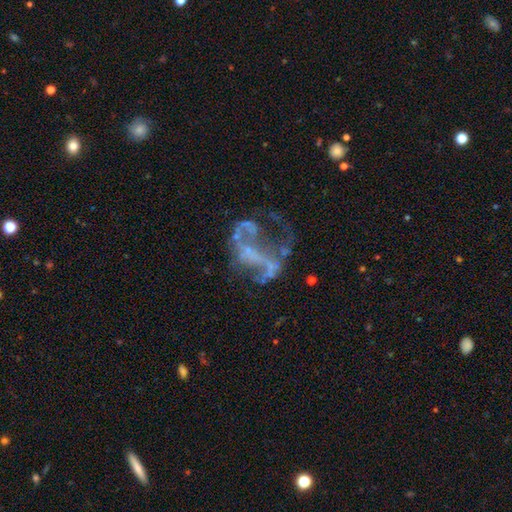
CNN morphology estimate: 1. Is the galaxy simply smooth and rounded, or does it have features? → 68% featured or disk, 21% star or artifact, 11% smooth.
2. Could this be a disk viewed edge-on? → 96% no, 4% yes.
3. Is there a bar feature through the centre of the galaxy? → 68% no, 20% weak, 12% strong.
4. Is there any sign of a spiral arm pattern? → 64% no, 36% yes.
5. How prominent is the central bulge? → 69% none, 19% small, 8% moderate, 2% large, 1% dominant.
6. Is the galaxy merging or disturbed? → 44% major disturbance, 30% none, 14% minor disturbance, 13% merger.